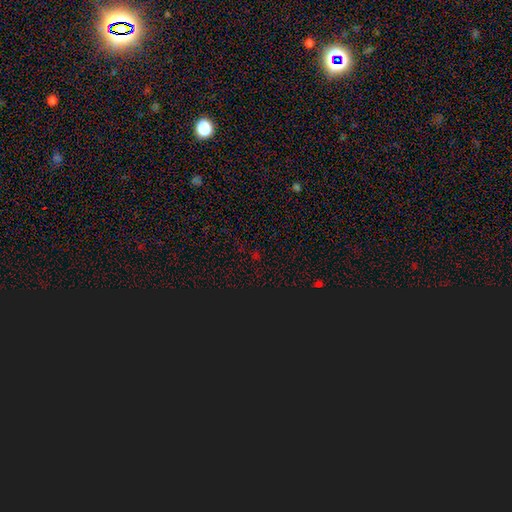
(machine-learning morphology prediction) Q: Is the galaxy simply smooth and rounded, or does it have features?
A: star or artifact — 71%.